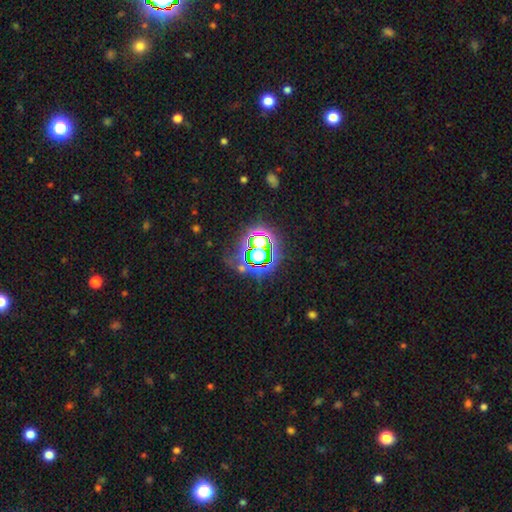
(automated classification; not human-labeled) A star or artifact, not a galaxy (77%).